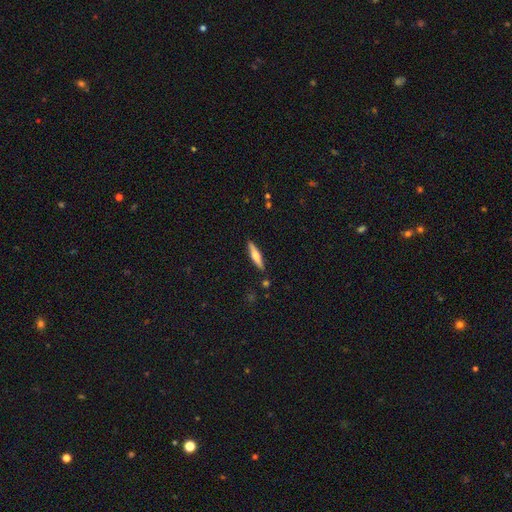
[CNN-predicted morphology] smooth 48%, featured or disk 46%, star or artifact 6%. Down the decision tree: merging — none (88%).